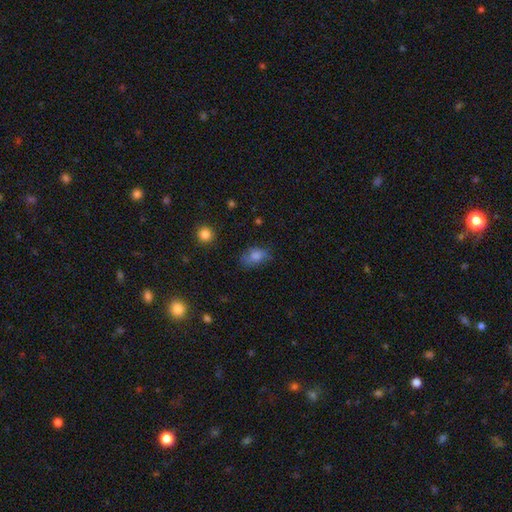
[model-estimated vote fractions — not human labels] Smooth or featured?
  - smooth: 76% *
  - featured or disk: 13%
  - star or artifact: 11%
How rounded?
  - in between: 82% *
  - round: 15%
  - cigar-shaped: 2%
Merging?
  - none: 64% *
  - minor disturbance: 25%
  - major disturbance: 8%
  - merger: 2%